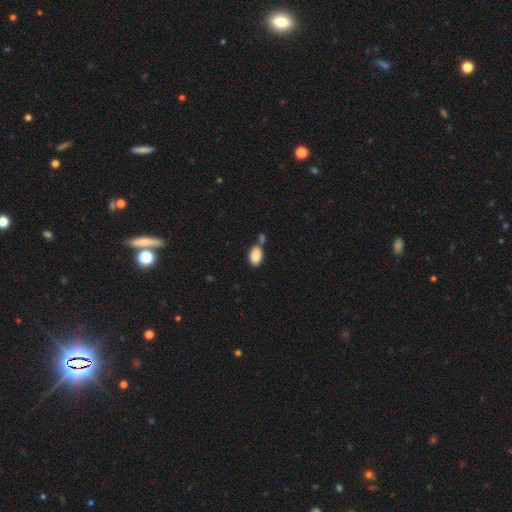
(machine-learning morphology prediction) This is clearly a smooth galaxy (88%). How rounded: clearly in between (90%). Merging: possibly none (58%).